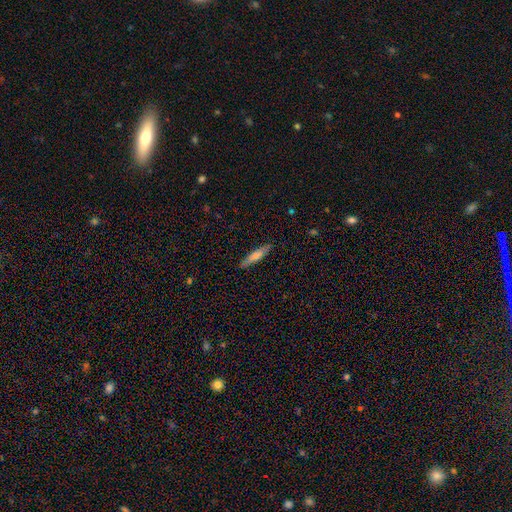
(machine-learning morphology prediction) A smooth galaxy with no disk features (63%) that is cigar-shaped (86%). Merging: none (89%).